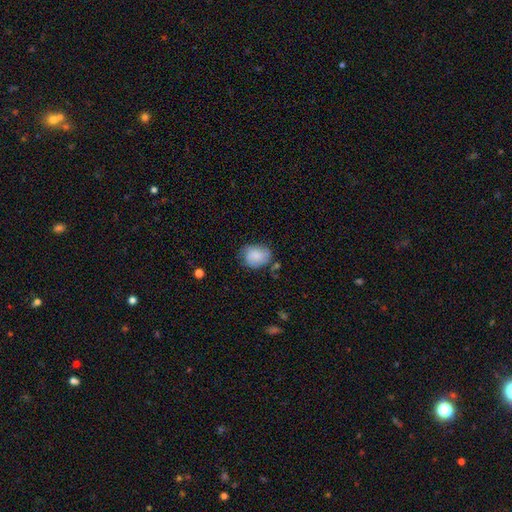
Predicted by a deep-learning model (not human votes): The model was most divided on "how rounded": in between: 51%, round: 48%, cigar-shaped: 1%. More confident: smooth or featured — smooth (67%); merging — none (60%).